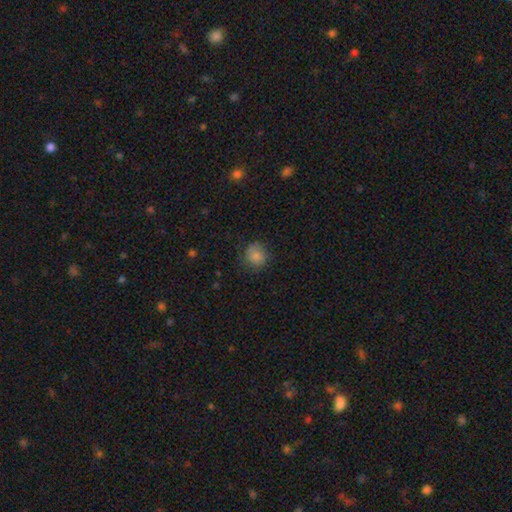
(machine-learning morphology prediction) smooth_or_featured: smooth (p=0.83) [alt: star or artifact p=0.10]
how_rounded: round (p=0.81) [alt: in between p=0.18]
merging: none (p=0.74) [alt: minor disturbance p=0.19]